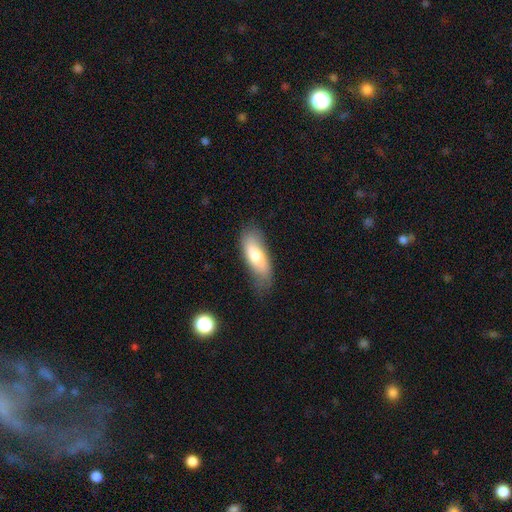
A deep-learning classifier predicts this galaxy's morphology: smooth 70%, featured or disk 23%, star or artifact 7%. Down the decision tree: how rounded — in between (69%); merging — none (61%).